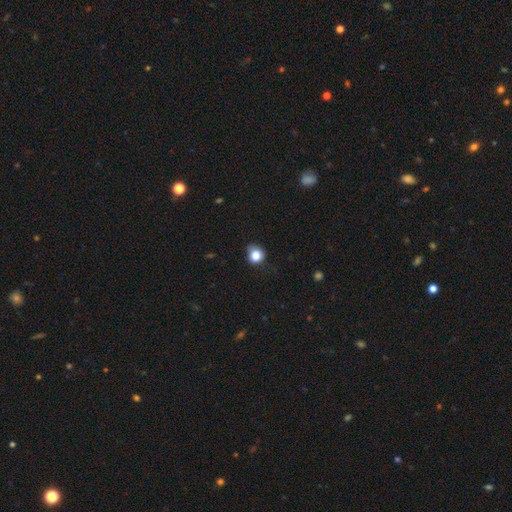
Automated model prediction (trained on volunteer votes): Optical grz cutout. It shows a smooth galaxy with no disk features (82%) that is round (79%). Merging: none (68%).